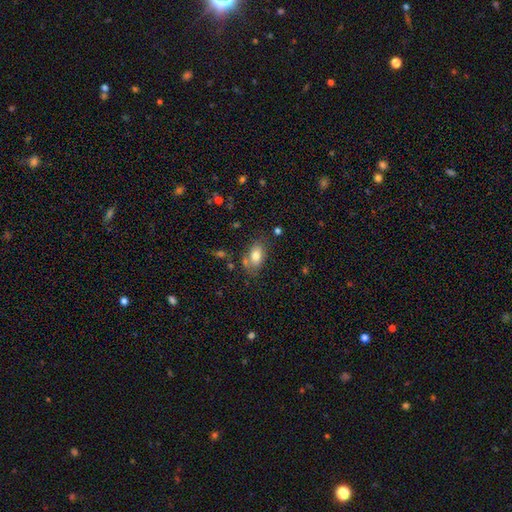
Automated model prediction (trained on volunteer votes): smooth 79%, featured or disk 13%, star or artifact 9%. Down the decision tree: how rounded — in between (88%); merging — none (68%).